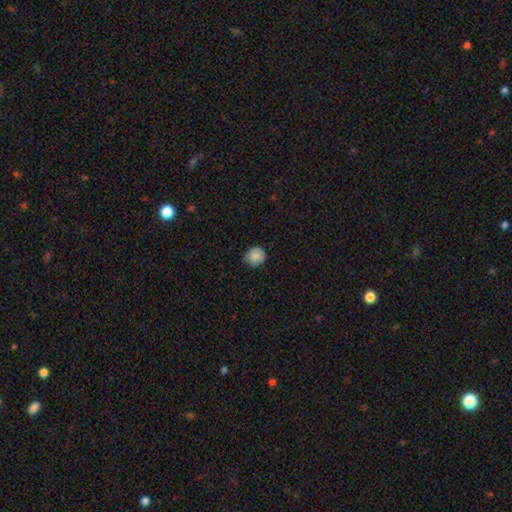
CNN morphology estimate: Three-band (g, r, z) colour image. It shows a smooth galaxy with no disk features (85%) that is round (88%). Merging: none (77%).